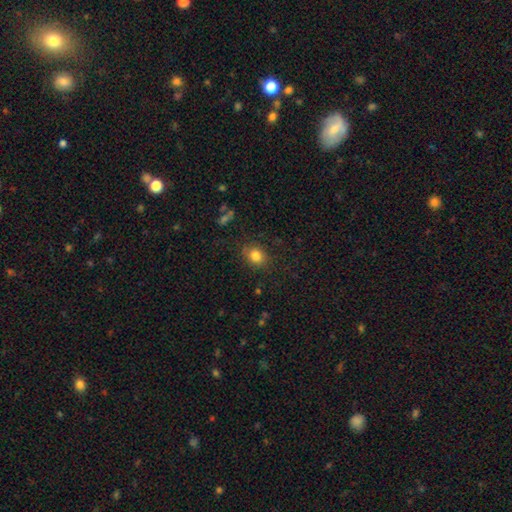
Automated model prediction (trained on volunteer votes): Morphology: type=smooth (82%); roundness=round (56%); merging=none (82%).